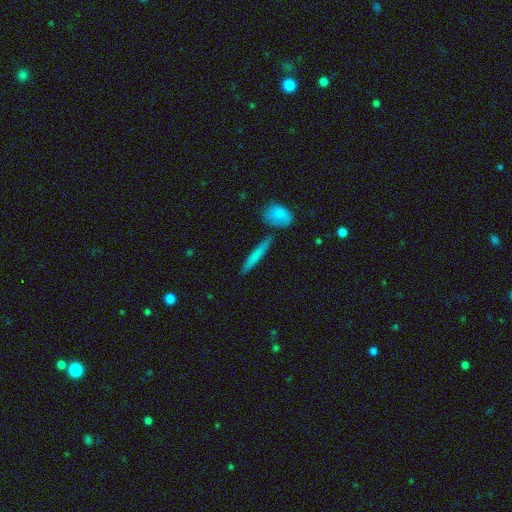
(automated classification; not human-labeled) smooth-or-featured: smooth: 72% | featured or disk: 22% | star or artifact: 6%
  how-rounded: cigar-shaped: 92% | in between: 6% | round: 2%
  merging: none: 82% | minor disturbance: 9% | merger: 6% | major disturbance: 2%